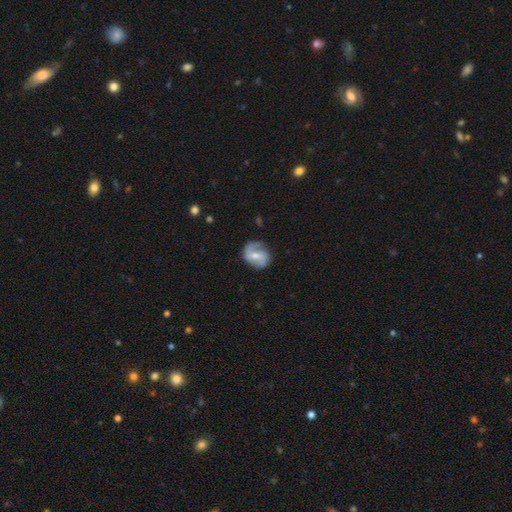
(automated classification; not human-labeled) The model was most divided on "bulge size": moderate: 51%, small: 40%, none: 4%, large: 3%, dominant: 1%. Remaining: edge-on disk — no (97%); spiral arms — yes (89%); spiral arm count — 2 (73%); smooth or featured — featured or disk (69%); merging — none (65%); bar — weak (48%); spiral winding — medium (44%).